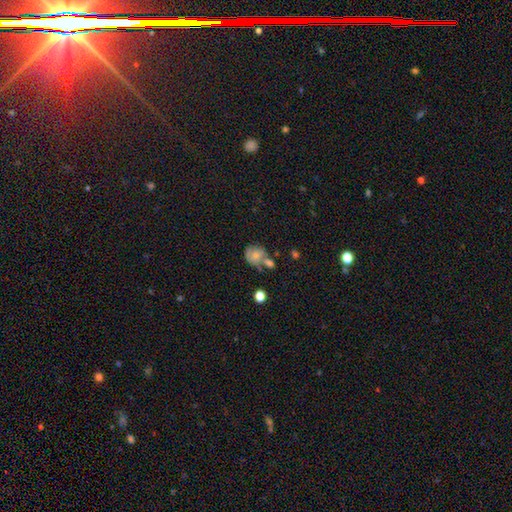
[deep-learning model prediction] A smooth galaxy with no disk features (64%) that is round (68%). Merging: none (36%).